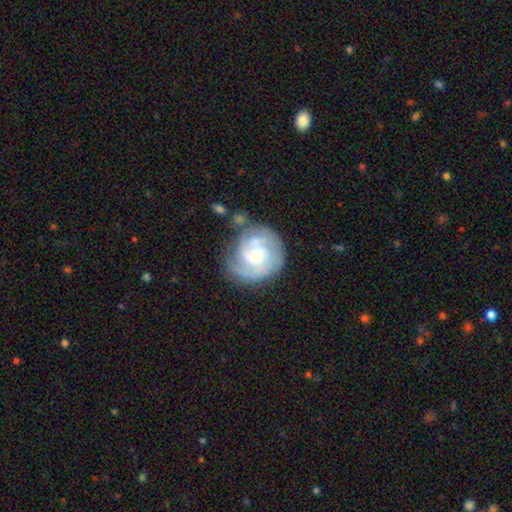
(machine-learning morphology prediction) This is likely a featured or disk galaxy (79%). It is clearly not viewed edge-on (98%). Bar: likely no (63%). Spiral arm pattern: clearly yes (93%). Spiral arm count: marginally can't tell (30%). Spiral winding: possibly tight (60%). Central bulge: possibly moderate (54%). Merging: likely none (66%).